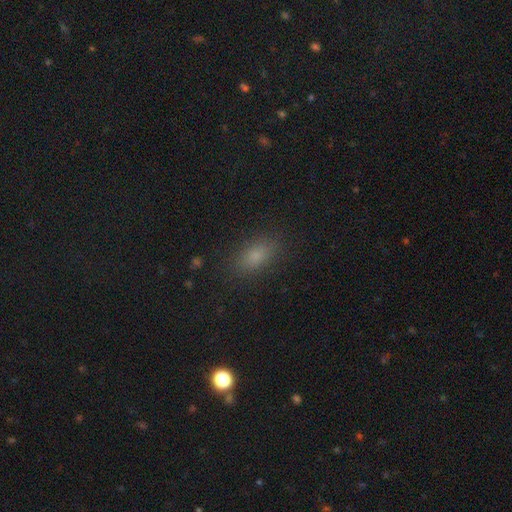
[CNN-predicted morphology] Q: Smooth or featured?
A: smooth (78%); runner-up: star or artifact (15%)
Q: How rounded?
A: in between (82%); runner-up: round (10%)
Q: Merging?
A: none (84%); runner-up: minor disturbance (11%)